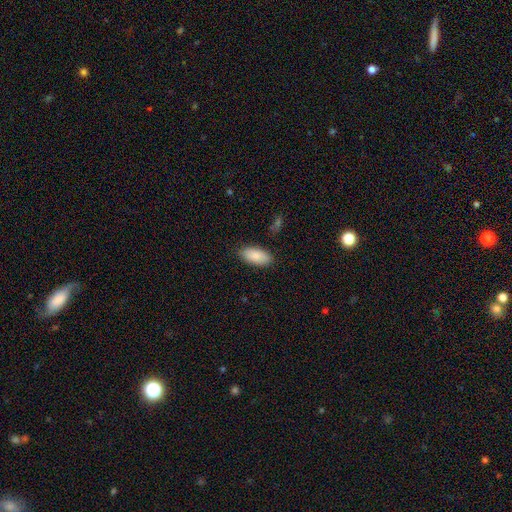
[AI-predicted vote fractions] Q: Smooth or featured?
A: smooth (86%); runner-up: featured or disk (8%)
Q: How rounded?
A: in between (92%); runner-up: cigar-shaped (7%)
Q: Merging?
A: none (86%); runner-up: minor disturbance (11%)